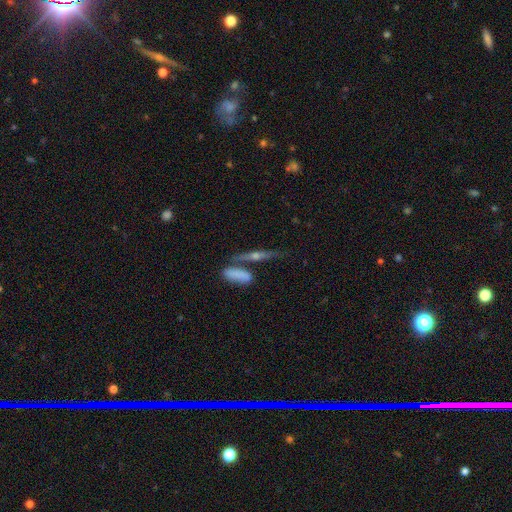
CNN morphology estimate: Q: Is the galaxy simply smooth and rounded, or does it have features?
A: featured or disk — 58%.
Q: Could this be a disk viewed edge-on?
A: yes — 90%.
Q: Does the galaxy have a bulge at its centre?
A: rounded — 79%.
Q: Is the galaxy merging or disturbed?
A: none — 62%.